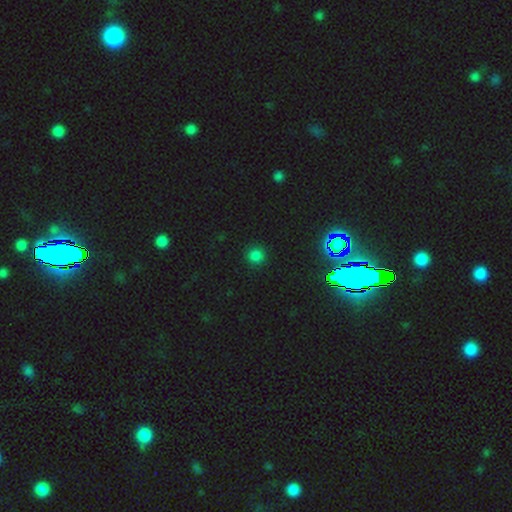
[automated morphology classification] Q: Smooth or featured?
A: smooth (77%); runner-up: star or artifact (19%)
Q: How rounded?
A: round (91%); runner-up: in between (7%)
Q: Merging?
A: none (90%); runner-up: minor disturbance (6%)